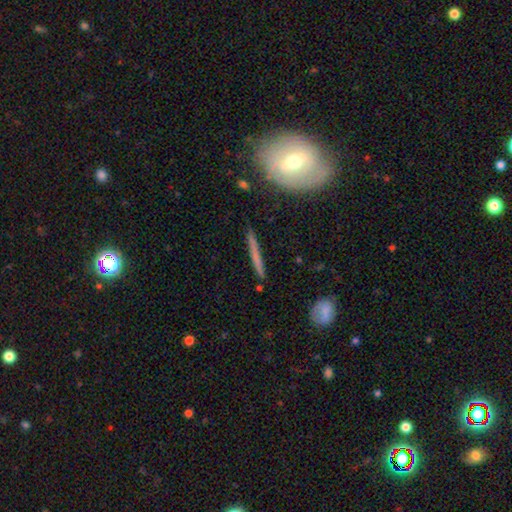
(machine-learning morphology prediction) smooth-or-featured: featured or disk: 48% | smooth: 44% | star or artifact: 8%
  merging: none: 87% | minor disturbance: 9% | major disturbance: 2% | merger: 2%